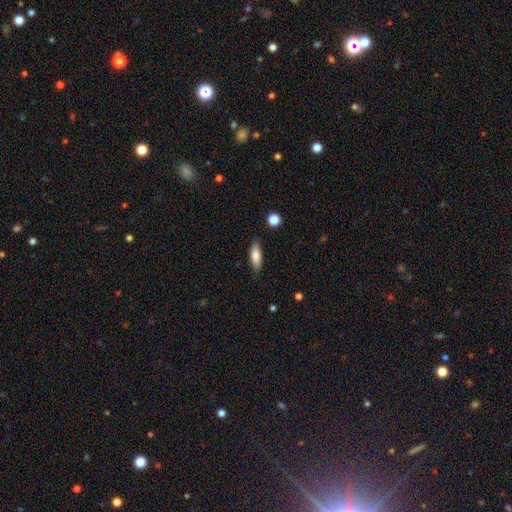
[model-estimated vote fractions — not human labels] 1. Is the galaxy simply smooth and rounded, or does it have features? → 80% smooth, 13% featured or disk, 7% star or artifact.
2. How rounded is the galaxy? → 59% in between, 38% cigar-shaped, 2% round.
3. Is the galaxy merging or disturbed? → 83% none, 12% minor disturbance, 3% major disturbance, 2% merger.